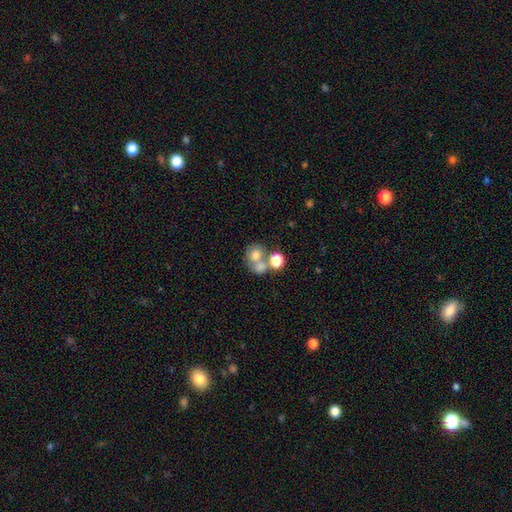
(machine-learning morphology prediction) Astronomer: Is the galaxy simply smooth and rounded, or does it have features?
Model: smooth — 67%.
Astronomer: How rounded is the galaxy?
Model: round — 70%.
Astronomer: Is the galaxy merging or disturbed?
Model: merger — 52% (runner-up: none, 33%).